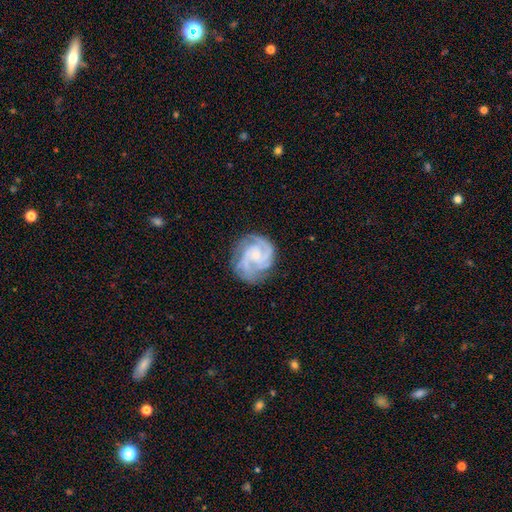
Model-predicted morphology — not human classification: smooth_or_featured: featured or disk (p=0.90) [alt: smooth p=0.06]
disk_edge_on: no (p=0.98) [alt: yes p=0.02]
bar: no (p=0.65) [alt: weak p=0.29]
has_spiral_arms: yes (p=0.98) [alt: no p=0.02]
spiral_winding: tight (p=0.56) [alt: medium p=0.39]
spiral_arm_count: 2 (p=0.39) [alt: 3 p=0.37]
bulge_size: small (p=0.69) [alt: moderate p=0.21]
merging: none (p=0.75) [alt: minor disturbance p=0.17]